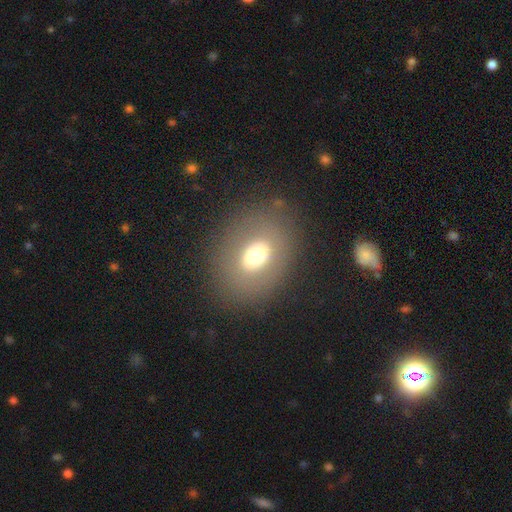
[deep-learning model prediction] Smooth or featured? Predicted: smooth (p=0.61). How rounded? Predicted: in between (p=0.59). Merging? Predicted: none (p=0.82).